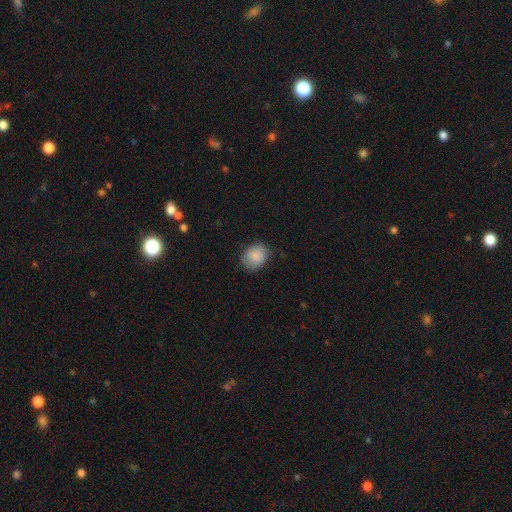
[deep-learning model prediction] smooth-or-featured: smooth: 87% | star or artifact: 7% | featured or disk: 6%
  how-rounded: round: 52% | in between: 47% | cigar-shaped: 1%
  merging: none: 76% | minor disturbance: 19% | major disturbance: 4% | merger: 1%